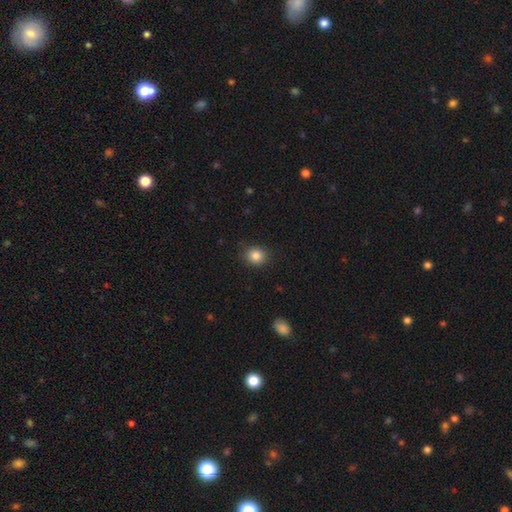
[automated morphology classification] smooth-or-featured: smooth: 85% | star or artifact: 10% | featured or disk: 5%
  how-rounded: round: 75% | in between: 24% | cigar-shaped: 1%
  merging: none: 87% | minor disturbance: 9% | major disturbance: 2% | merger: 1%